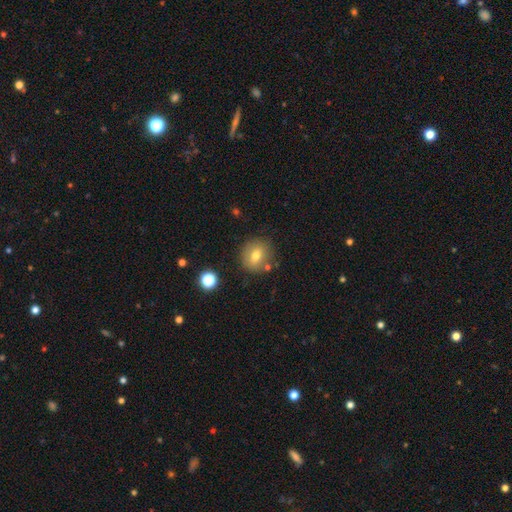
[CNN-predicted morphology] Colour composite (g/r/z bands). It shows a smooth galaxy with no disk features (71%) that is round (78%). Merging: none (79%).